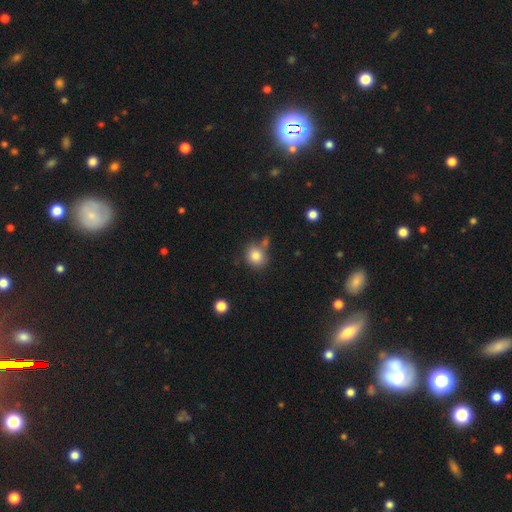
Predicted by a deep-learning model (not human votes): Smooth or featured: smooth — 83% (star or artifact — 10%)
How rounded: round — 74% (in between — 25%)
Merging: none — 65% (merger — 15%)